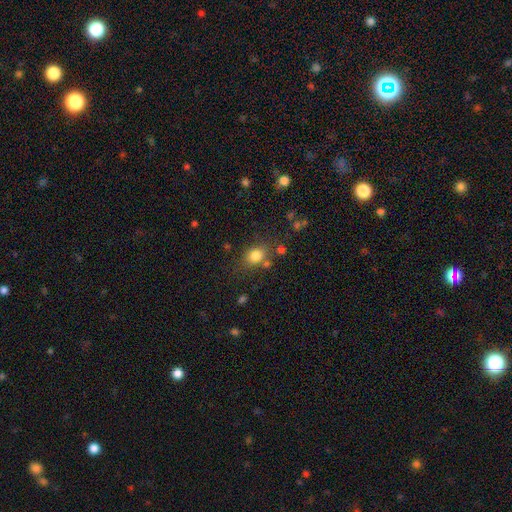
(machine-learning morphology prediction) Smooth or featured?
  - smooth: 79% *
  - star or artifact: 12%
  - featured or disk: 8%
How rounded?
  - in between: 51% *
  - round: 48%
  - cigar-shaped: 1%
Merging?
  - none: 72% *
  - minor disturbance: 15%
  - merger: 8%
  - major disturbance: 5%